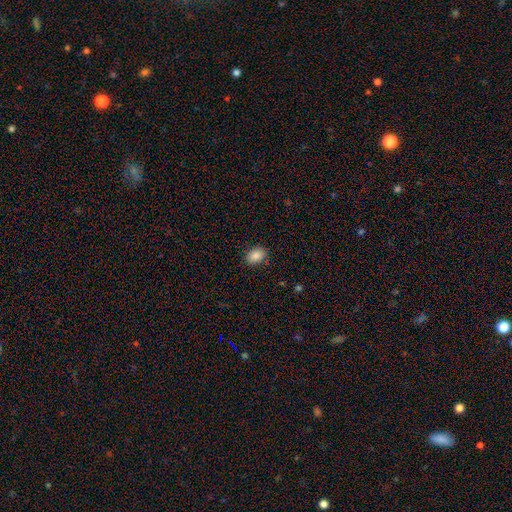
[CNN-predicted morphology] Smooth or featured: smooth — 87% (star or artifact — 8%)
How rounded: in between — 77% (round — 22%)
Merging: none — 87% (minor disturbance — 10%)